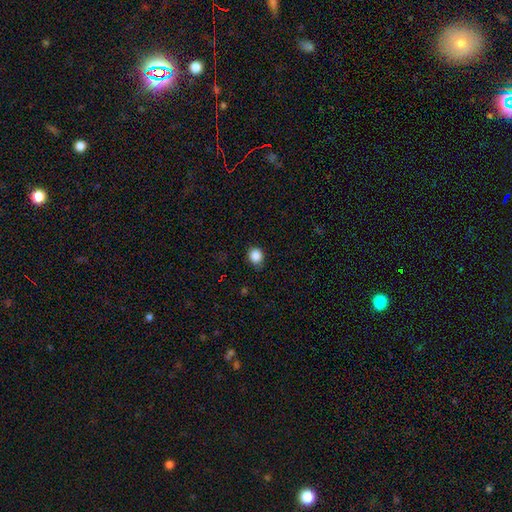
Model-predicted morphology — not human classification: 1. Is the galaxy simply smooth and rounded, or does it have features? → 87% smooth, 10% star or artifact, 3% featured or disk.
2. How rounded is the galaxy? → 81% round, 19% in between, 1% cigar-shaped.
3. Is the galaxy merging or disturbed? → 82% none, 14% minor disturbance, 3% major disturbance, 1% merger.